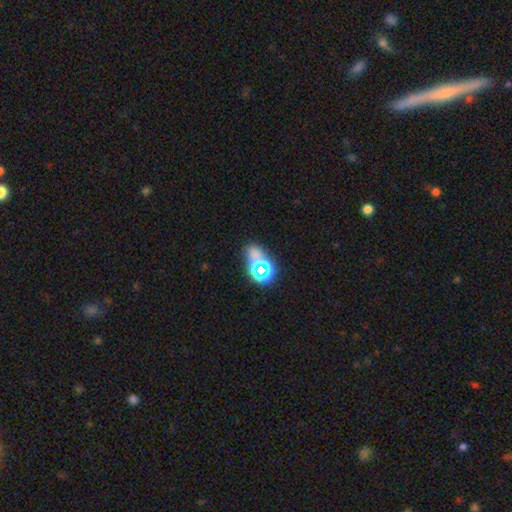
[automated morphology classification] Overall: smooth (45%; star or artifact 42%). Merging: none (56%; merger 18%).